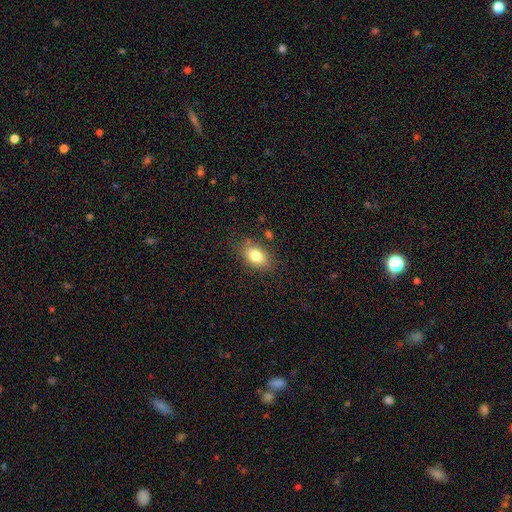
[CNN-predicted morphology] A smooth galaxy with no disk features (80%) that is in between round and cigar-shaped (85%). Merging: none (80%).